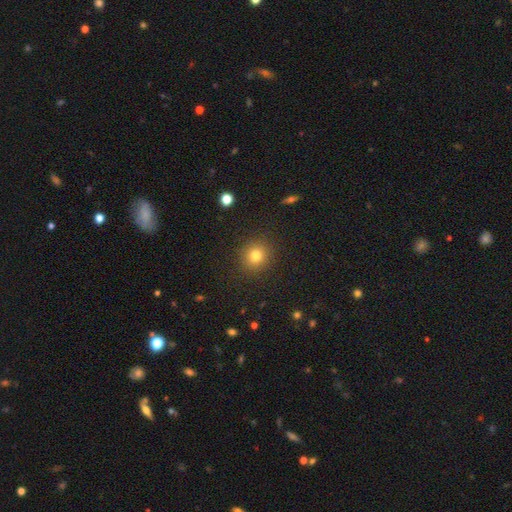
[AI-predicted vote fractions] A smooth galaxy with no disk features (80%) that is round (90%).

Vote fractions:
- Smooth or featured? smooth: 80% / star or artifact: 13% / featured or disk: 7%
- How rounded? round: 90% / in between: 9% / cigar-shaped: 1%
- Merging? none: 90% / minor disturbance: 6% / major disturbance: 2% / merger: 1%